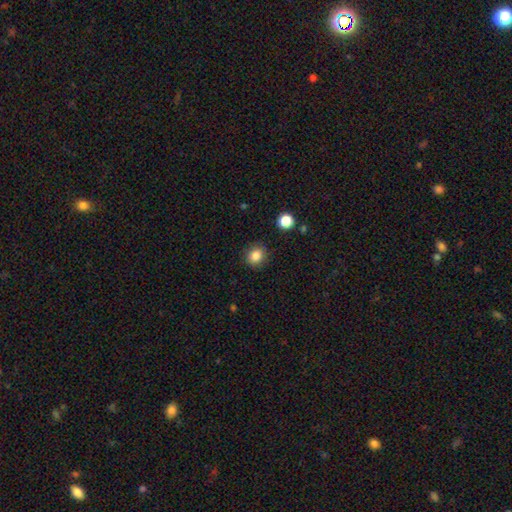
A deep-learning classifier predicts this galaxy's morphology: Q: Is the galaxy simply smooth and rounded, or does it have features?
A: smooth — 85%.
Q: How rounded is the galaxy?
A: round — 79%.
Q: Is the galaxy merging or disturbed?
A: none — 88%.